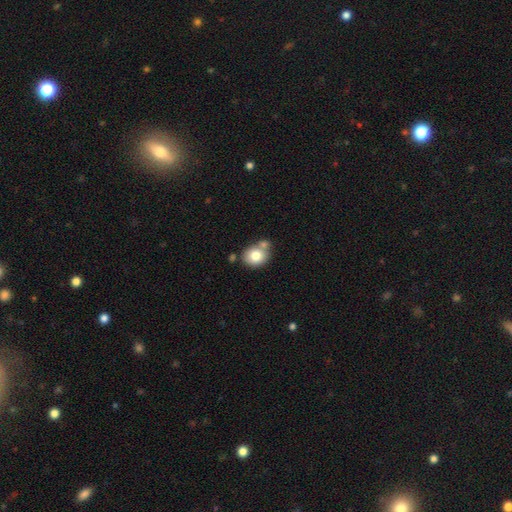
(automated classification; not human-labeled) Q: Smooth or featured?
A: smooth (78%); runner-up: featured or disk (13%)
Q: How rounded?
A: round (60%); runner-up: in between (40%)
Q: Merging?
A: none (51%); runner-up: merger (31%)